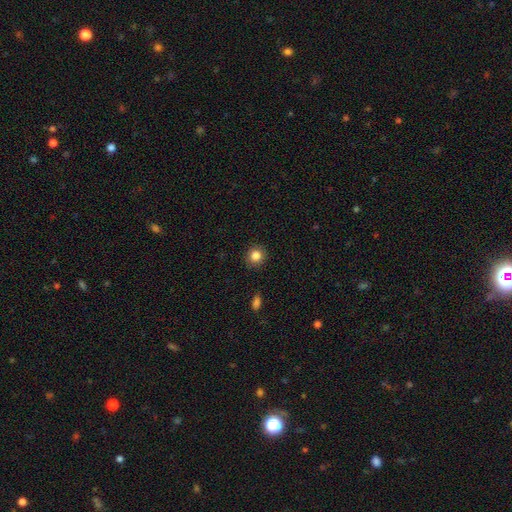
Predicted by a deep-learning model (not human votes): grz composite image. It shows a smooth galaxy with no disk features (84%) that is round (89%). Merging: none (90%).